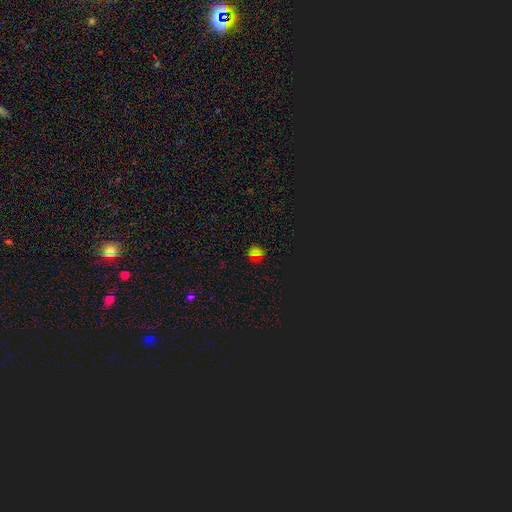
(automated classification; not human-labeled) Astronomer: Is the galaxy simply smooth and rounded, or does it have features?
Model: smooth — 51% (runner-up: star or artifact, 41%).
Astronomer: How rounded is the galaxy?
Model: round — 87%.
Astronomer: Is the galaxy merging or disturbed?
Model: none — 88%.